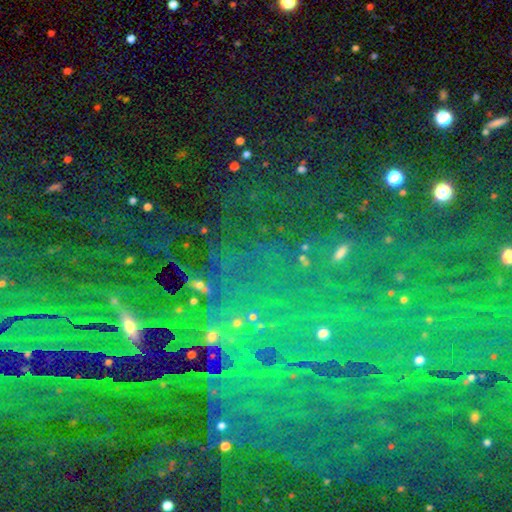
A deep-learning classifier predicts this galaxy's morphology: The model was most divided on "smooth or featured": star or artifact: 77%, featured or disk: 12%, smooth: 11%.